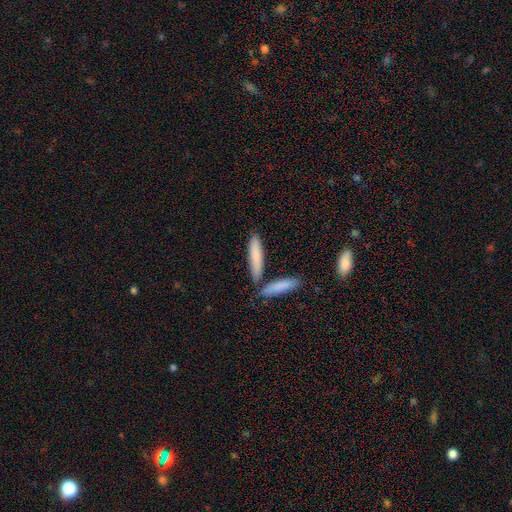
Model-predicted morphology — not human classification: Smooth or featured?
  - smooth: 81% *
  - featured or disk: 13%
  - star or artifact: 6%
How rounded?
  - cigar-shaped: 80% *
  - in between: 18%
  - round: 2%
Merging?
  - none: 73% *
  - merger: 13%
  - minor disturbance: 11%
  - major disturbance: 3%